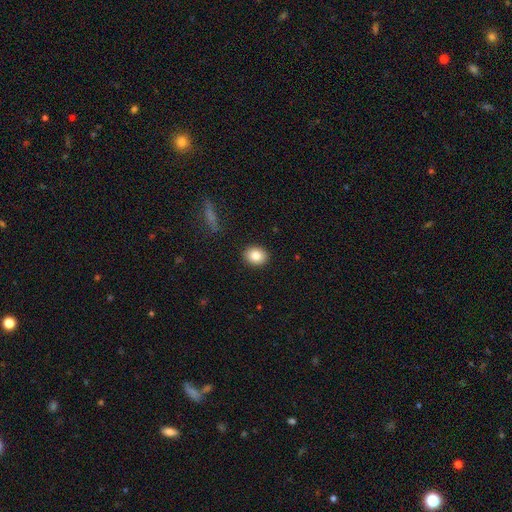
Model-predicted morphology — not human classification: smooth 83%, star or artifact 9%, featured or disk 8%. Down the decision tree: how rounded — round (52%); merging — none (91%).